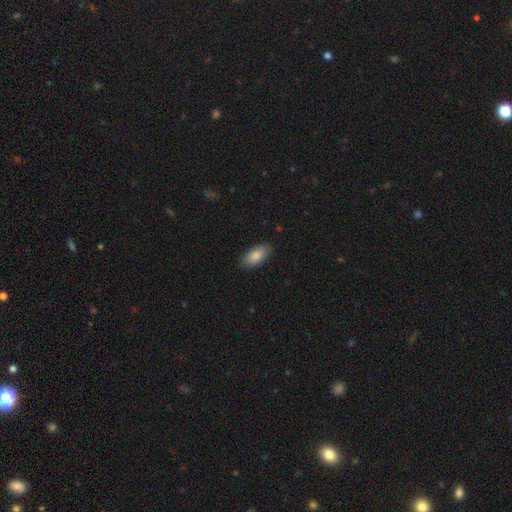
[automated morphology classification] Smooth or featured: smooth — 86% (featured or disk — 8%)
How rounded: in between — 91% (cigar-shaped — 7%)
Merging: none — 87% (minor disturbance — 10%)